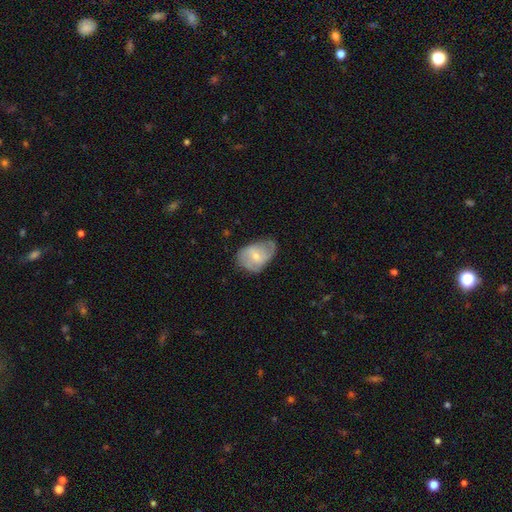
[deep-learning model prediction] Smooth or featured: featured or disk — 51% (smooth — 43%)
Edge-on disk: no — 96% (yes — 4%)
Merging: none — 48% (minor disturbance — 36%)